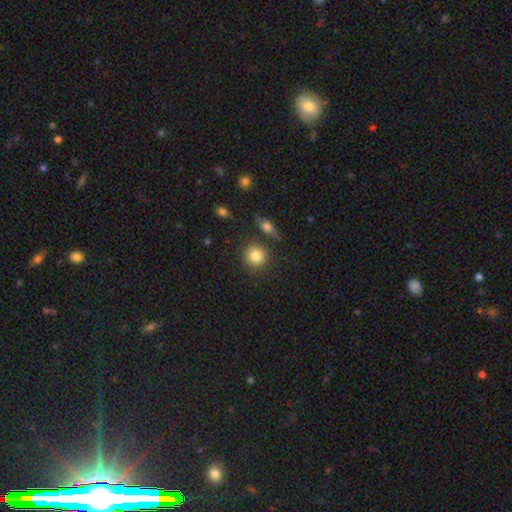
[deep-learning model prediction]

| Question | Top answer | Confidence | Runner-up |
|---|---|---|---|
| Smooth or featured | smooth | 83% | star or artifact (9%) |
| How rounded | round | 90% | in between (9%) |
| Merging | none | 82% | minor disturbance (9%) |